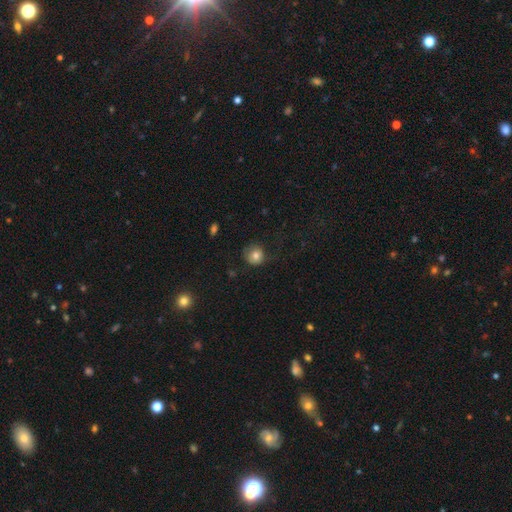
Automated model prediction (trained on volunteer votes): Smooth or featured? smooth (78%)
How rounded? round (88%)
Merging? none (64%)